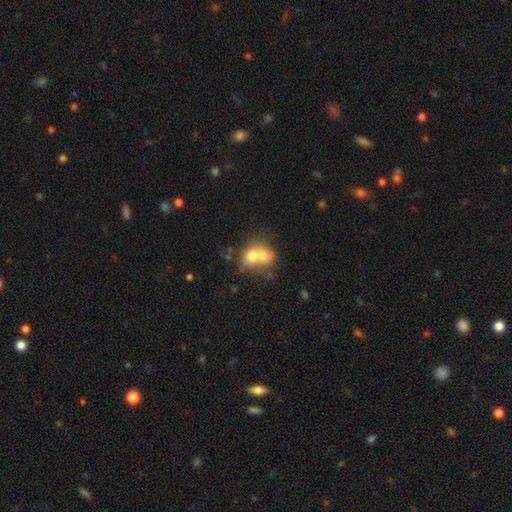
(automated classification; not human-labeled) The model was most divided on "how rounded": in between: 54%, round: 45%, cigar-shaped: 1%. More confident: merging — merger (66%); smooth or featured — smooth (66%).